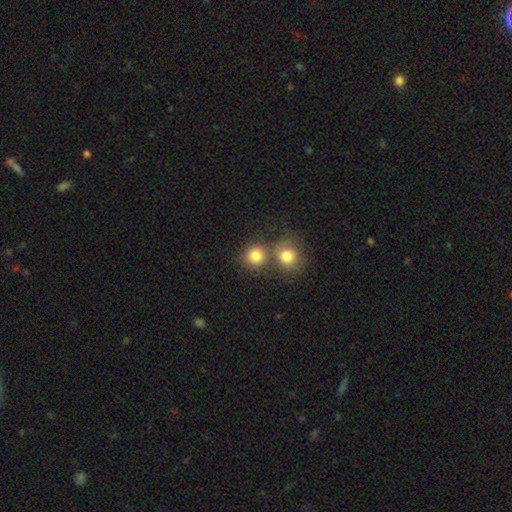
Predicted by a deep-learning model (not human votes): The model was most divided on "merging": none: 53%, merger: 36%, minor disturbance: 7%, major disturbance: 3%. More confident: how rounded — round (87%); smooth or featured — smooth (82%).